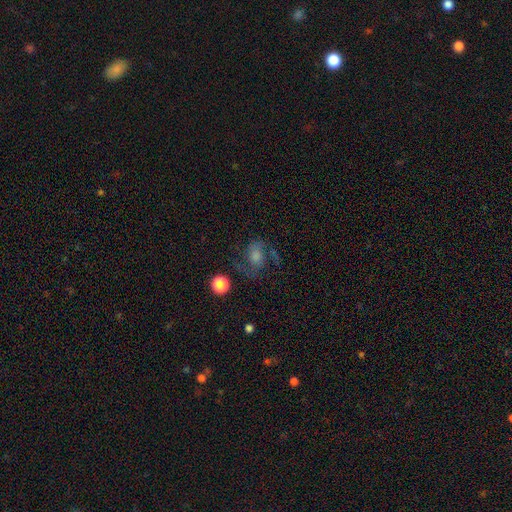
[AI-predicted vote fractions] Morphology: type=featured or disk (60%); edge-on=no (97%); bar=no (57%); spiral arms=yes (89%); winding=medium (51%); arm count=2 (84%); bulge=moderate (41%); merging=none (64%).